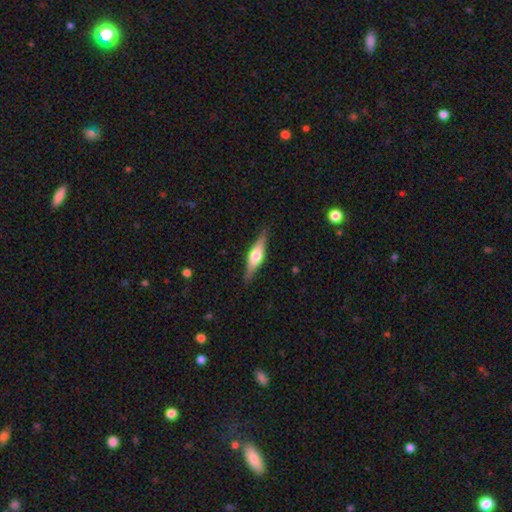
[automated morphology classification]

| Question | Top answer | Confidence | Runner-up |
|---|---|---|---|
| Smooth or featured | featured or disk | 68% | smooth (27%) |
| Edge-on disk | yes | 97% | no (3%) |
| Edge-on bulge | rounded | 90% | boxy (8%) |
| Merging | none | 88% | minor disturbance (9%) |